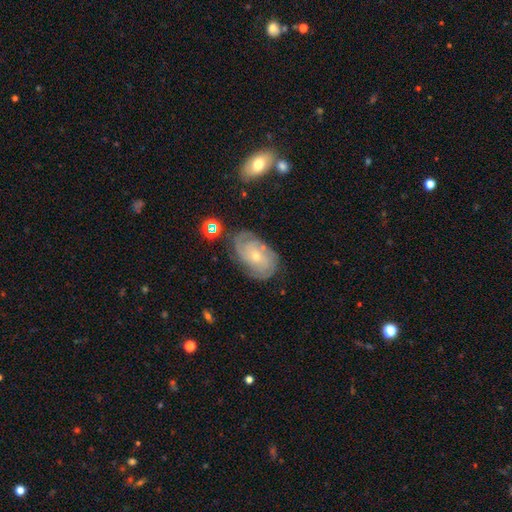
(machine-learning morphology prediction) Smooth or featured? Predicted: featured or disk (p=0.78). Edge-on disk? Predicted: no (p=0.96). Bar? Predicted: no (p=0.72). Spiral arms? Predicted: yes (p=0.93). Spiral winding? Predicted: tight (p=0.65). Spiral arm count? Predicted: can't tell (p=0.35). Bulge size? Predicted: small (p=0.67). Merging? Predicted: none (p=0.70).